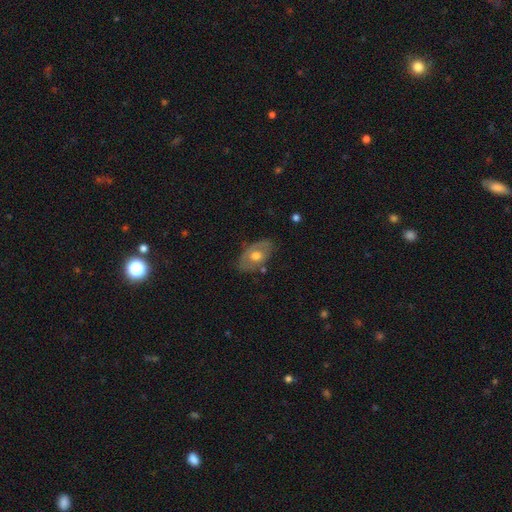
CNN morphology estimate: smooth_or_featured: featured or disk (p=0.47) [alt: smooth p=0.45]
merging: none (p=0.71) [alt: minor disturbance p=0.21]